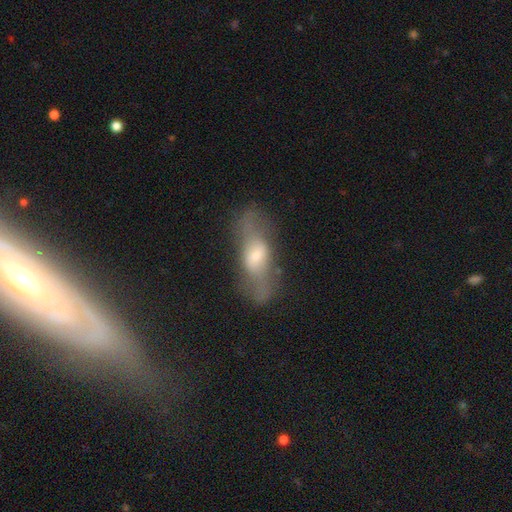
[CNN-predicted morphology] This appears to be a featured or disk galaxy (52%). Merging: none (61%).